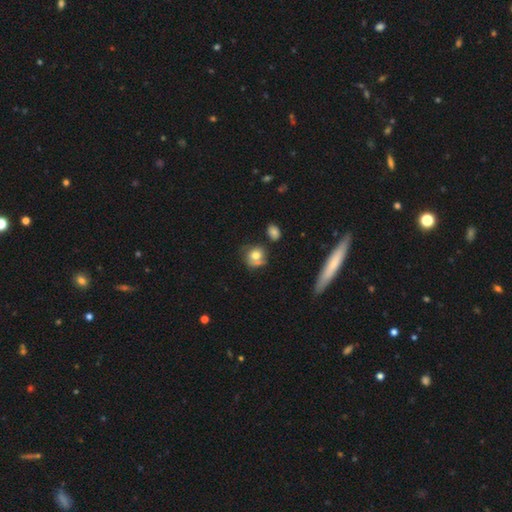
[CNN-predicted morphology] Smooth or featured? smooth (67%)
How rounded? round (75%)
Merging? none (48%)